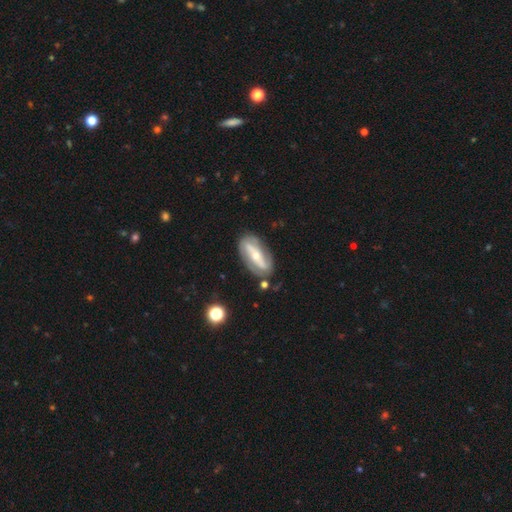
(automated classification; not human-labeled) A featured or disk galaxy (76%) with a strong bar (61%), spiral arms (76%) and a small central bulge (52%).

Vote fractions:
- Smooth or featured? featured or disk: 76% / smooth: 19% / star or artifact: 5%
- Edge-on disk? no: 85% / yes: 15%
- Bar? strong: 61% / no: 20% / weak: 18%
- Spiral arms? yes: 76% / no: 24%
- Bulge size? small: 52% / moderate: 43% / large: 2% / none: 1% / dominant: 1%
- Merging? none: 77% / minor disturbance: 15% / major disturbance: 5% / merger: 3%